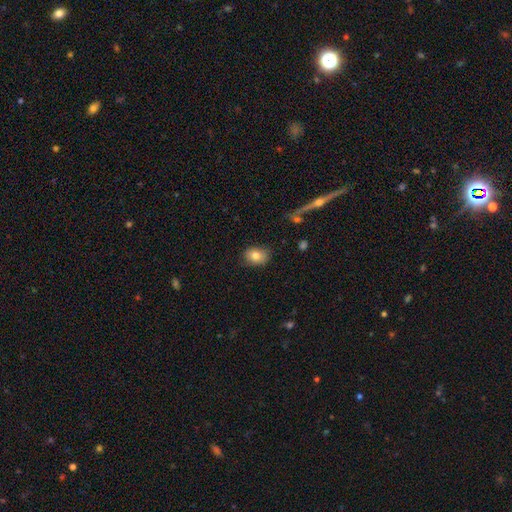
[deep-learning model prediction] A smooth galaxy with no disk features (80%) that is in between round and cigar-shaped (67%).

Vote fractions:
- Smooth or featured? smooth: 80% / featured or disk: 11% / star or artifact: 9%
- How rounded? in between: 67% / round: 32% / cigar-shaped: 1%
- Merging? none: 84% / minor disturbance: 12% / major disturbance: 2% / merger: 1%